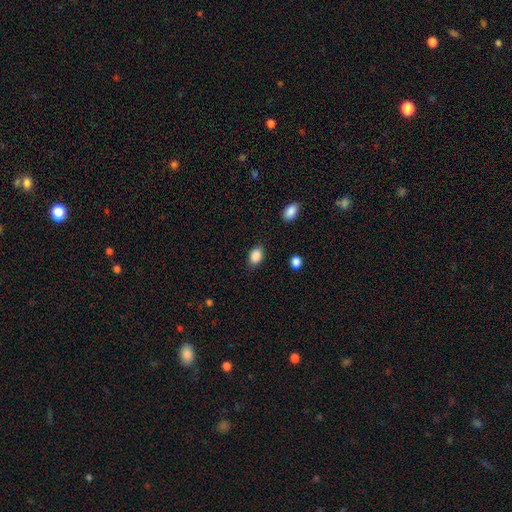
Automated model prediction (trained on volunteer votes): Smooth or featured? Predicted: smooth (p=0.87). How rounded? Predicted: in between (p=0.80). Merging? Predicted: none (p=0.81).